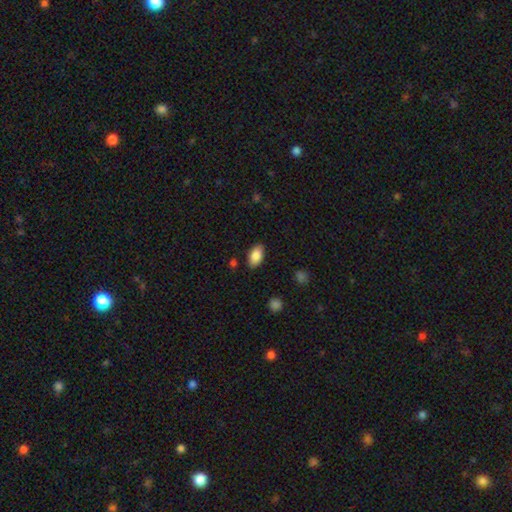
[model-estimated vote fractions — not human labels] smooth 86%, featured or disk 7%, star or artifact 7%. Down the decision tree: how rounded — in between (94%); merging — none (86%).